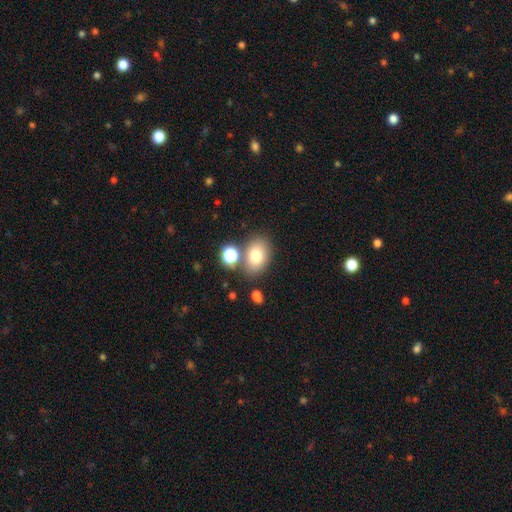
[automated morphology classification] Q: Smooth or featured?
A: smooth (77%); runner-up: featured or disk (12%)
Q: How rounded?
A: in between (73%); runner-up: round (26%)
Q: Merging?
A: none (73%); runner-up: minor disturbance (12%)